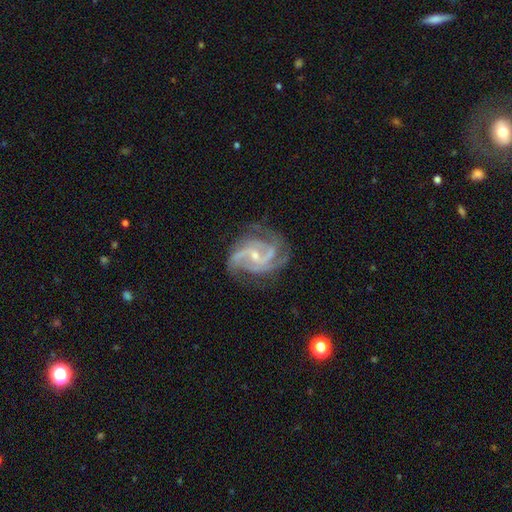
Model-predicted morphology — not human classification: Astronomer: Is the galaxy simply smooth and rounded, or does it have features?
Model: featured or disk — 91%.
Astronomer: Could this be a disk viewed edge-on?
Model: no — 98%.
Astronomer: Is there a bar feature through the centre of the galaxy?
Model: weak — 46% (runner-up: no, 33%).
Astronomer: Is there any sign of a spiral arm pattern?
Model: yes — 98%.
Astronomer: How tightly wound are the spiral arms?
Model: medium — 56%.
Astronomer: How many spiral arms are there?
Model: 3 — 38% (runner-up: 2, 36%).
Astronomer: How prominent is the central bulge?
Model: small — 65%.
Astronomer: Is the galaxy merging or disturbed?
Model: none — 69%.